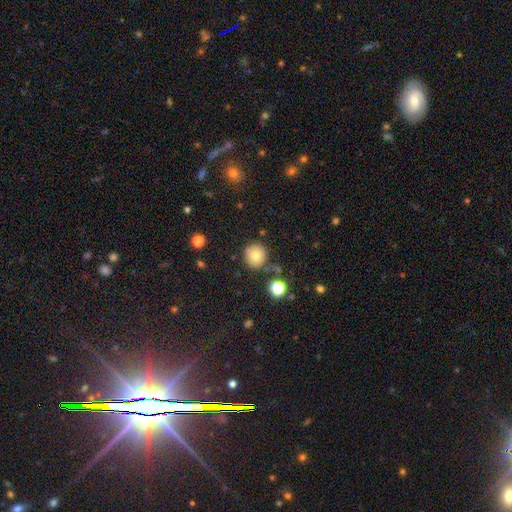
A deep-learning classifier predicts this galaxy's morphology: A smooth galaxy with no disk features (77%) that is round (92%).

Vote fractions:
- Smooth or featured? smooth: 77% / star or artifact: 12% / featured or disk: 11%
- How rounded? round: 92% / in between: 7% / cigar-shaped: 1%
- Merging? none: 79% / minor disturbance: 12% / merger: 5% / major disturbance: 3%